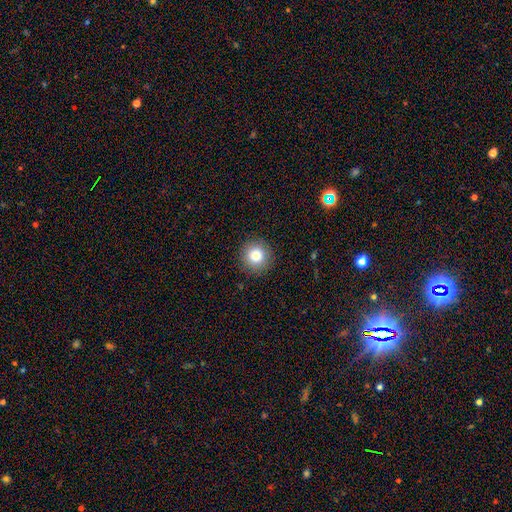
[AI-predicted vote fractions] A smooth galaxy with no disk features (81%) that is round (95%). Merging: none (91%).